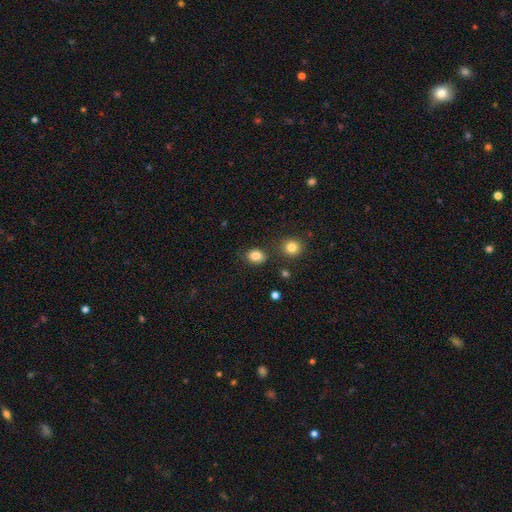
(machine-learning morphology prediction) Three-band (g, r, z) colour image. It shows a smooth galaxy with no disk features (84%) that is in between round and cigar-shaped (59%). Merging: none (80%).